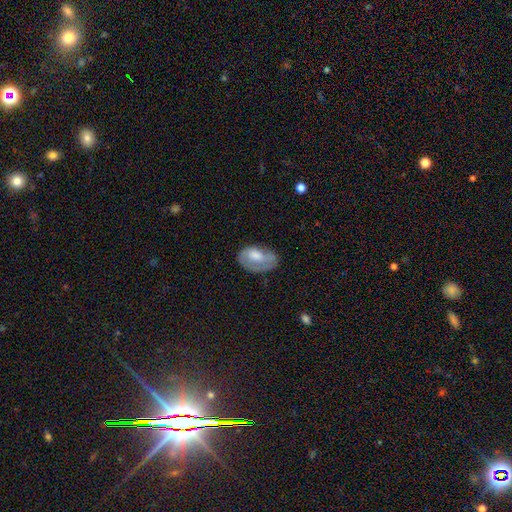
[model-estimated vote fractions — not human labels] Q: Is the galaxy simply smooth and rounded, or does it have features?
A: featured or disk — 50%.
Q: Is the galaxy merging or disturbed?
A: none — 50%.